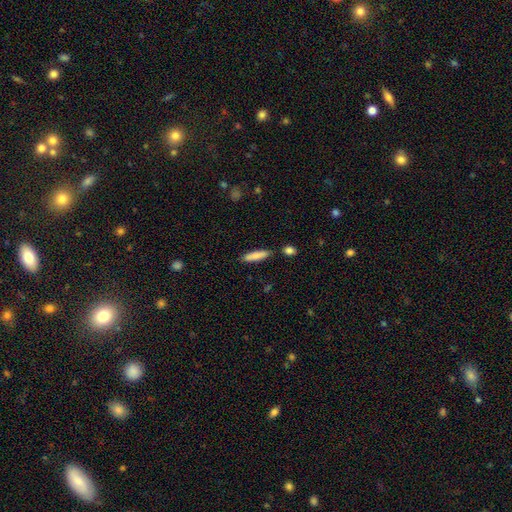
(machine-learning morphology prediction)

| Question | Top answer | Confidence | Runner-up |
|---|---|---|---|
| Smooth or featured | smooth | 82% | featured or disk (11%) |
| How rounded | cigar-shaped | 76% | in between (23%) |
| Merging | none | 82% | minor disturbance (11%) |